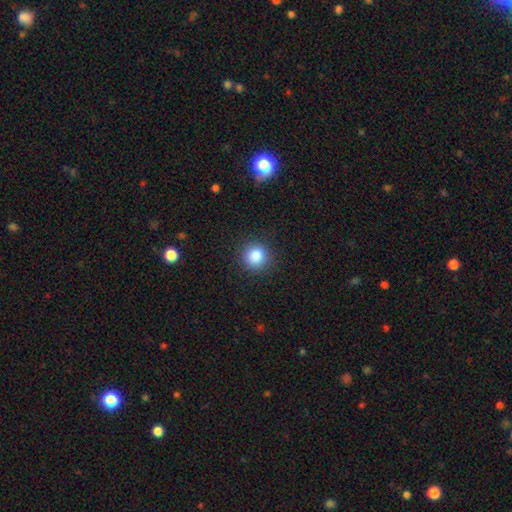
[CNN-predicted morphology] Smooth or featured? Predicted: smooth (p=0.86). How rounded? Predicted: round (p=0.92). Merging? Predicted: none (p=0.89).